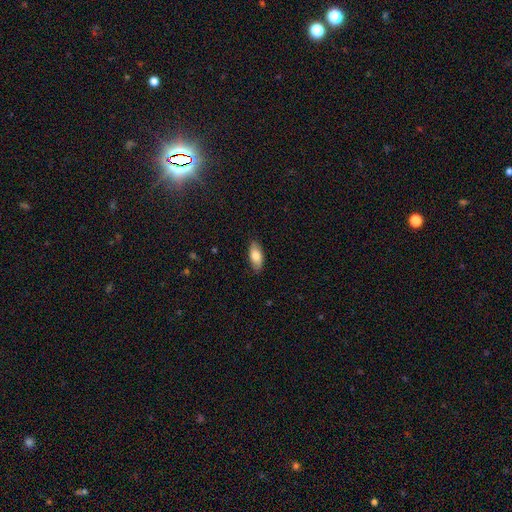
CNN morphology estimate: A smooth galaxy with no disk features (79%) that is in between round and cigar-shaped (88%).

Vote fractions:
- Smooth or featured? smooth: 79% / featured or disk: 14% / star or artifact: 6%
- How rounded? in between: 88% / cigar-shaped: 10% / round: 2%
- Merging? none: 85% / minor disturbance: 12% / major disturbance: 2% / merger: 1%